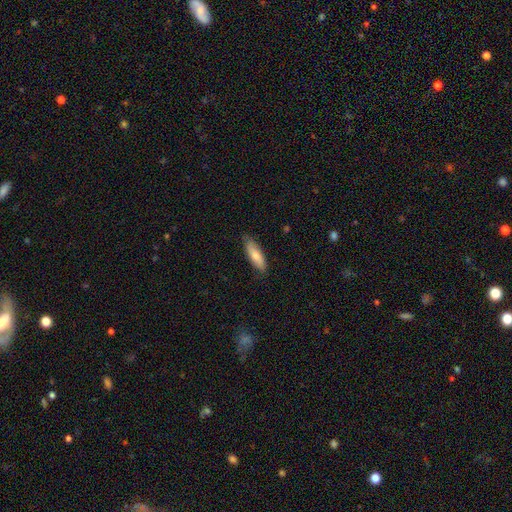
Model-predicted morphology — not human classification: Smooth or featured?
  - smooth: 77% *
  - featured or disk: 18%
  - star or artifact: 5%
How rounded?
  - in between: 52% *
  - cigar-shaped: 46%
  - round: 2%
Merging?
  - none: 81% *
  - minor disturbance: 15%
  - major disturbance: 2%
  - merger: 1%